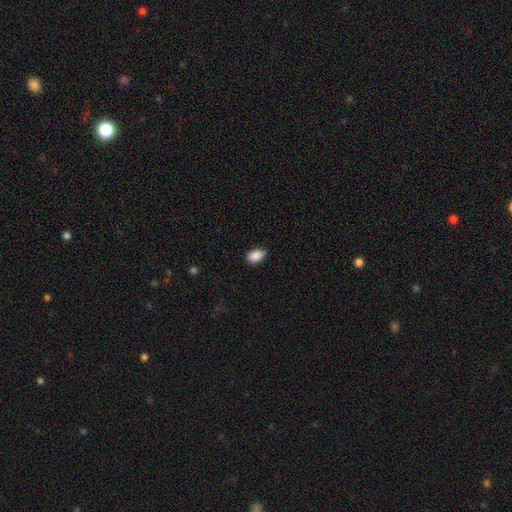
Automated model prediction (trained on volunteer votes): A smooth galaxy with no disk features (90%) that is in between round and cigar-shaped (90%). Merging: none (86%).